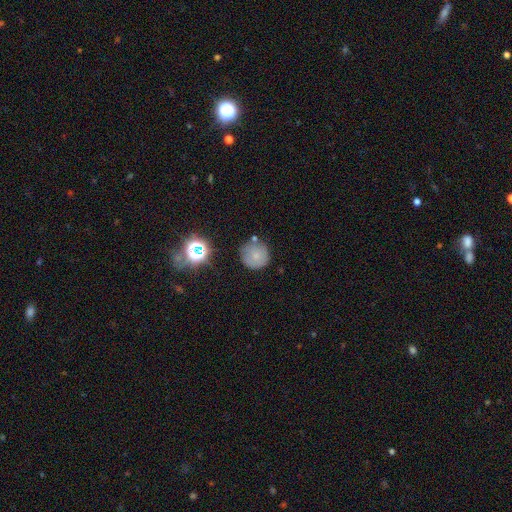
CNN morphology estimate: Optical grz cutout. It shows a smooth galaxy with no disk features (69%) that is round (93%). Merging: none (71%).